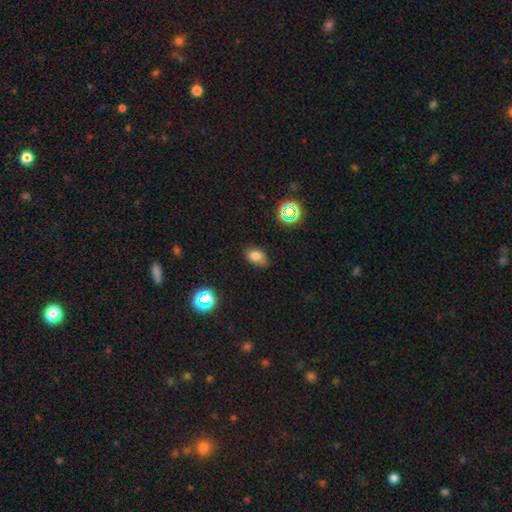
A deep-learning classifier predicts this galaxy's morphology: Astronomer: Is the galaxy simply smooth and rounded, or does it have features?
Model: smooth — 76%.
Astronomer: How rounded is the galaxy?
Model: in between — 81%.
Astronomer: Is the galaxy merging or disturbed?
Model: none — 69%.